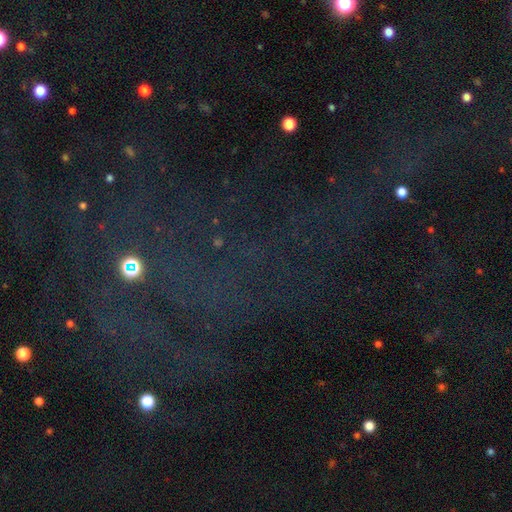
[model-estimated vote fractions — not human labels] Smooth or featured? star or artifact (72%)